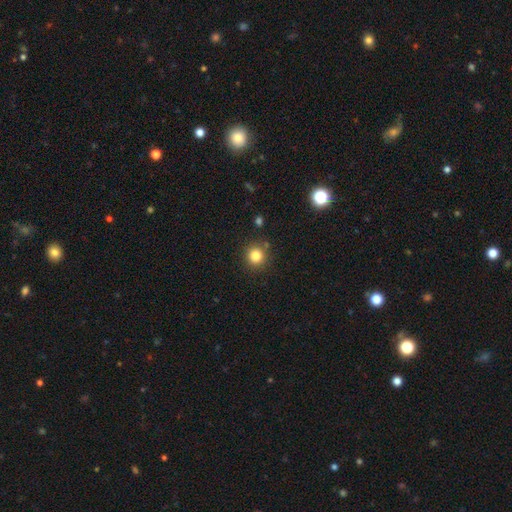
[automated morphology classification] type=smooth (84%); roundness=round (92%); merging=none (85%).